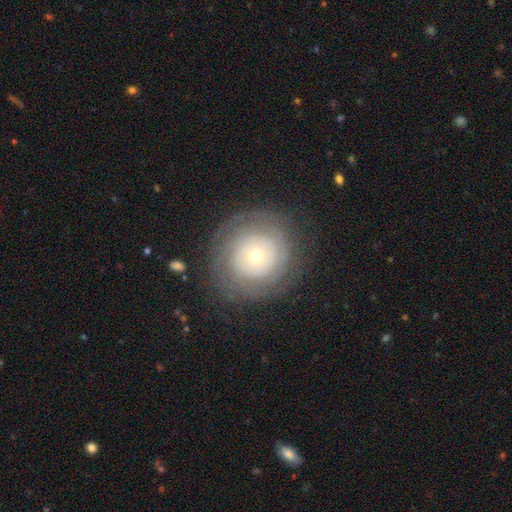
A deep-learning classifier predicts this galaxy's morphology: Smooth or featured? Predicted: featured or disk (p=0.66). Edge-on disk? Predicted: no (p=0.97). Bar? Predicted: no (p=0.87). Spiral arms? Predicted: yes (p=0.74). Bulge size? Predicted: small (p=0.62). Merging? Predicted: none (p=0.82).